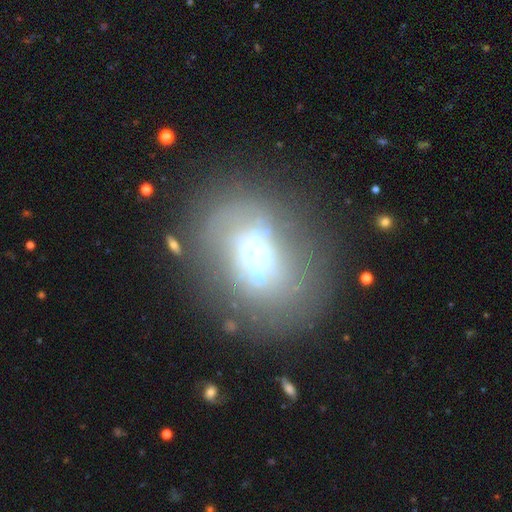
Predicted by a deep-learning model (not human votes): Overall: featured or disk (54%; smooth 29%). Edge-on disk: no (77%). Merging: none (55%; major disturbance 21%).